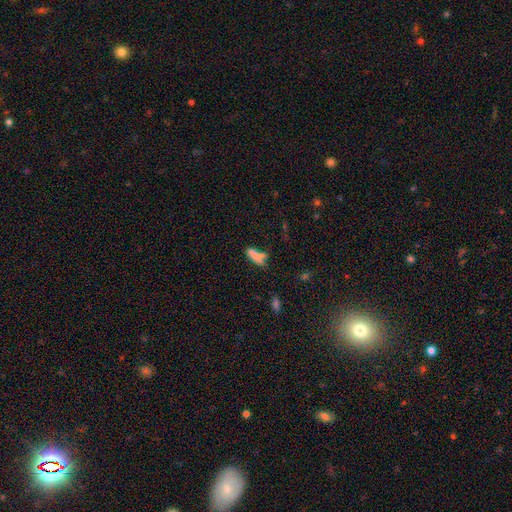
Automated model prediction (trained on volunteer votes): Smooth or featured?
  - smooth: 72% *
  - featured or disk: 14%
  - star or artifact: 13%
How rounded?
  - cigar-shaped: 49% *
  - in between: 47%
  - round: 4%
Merging?
  - none: 42% *
  - merger: 25%
  - minor disturbance: 20%
  - major disturbance: 13%